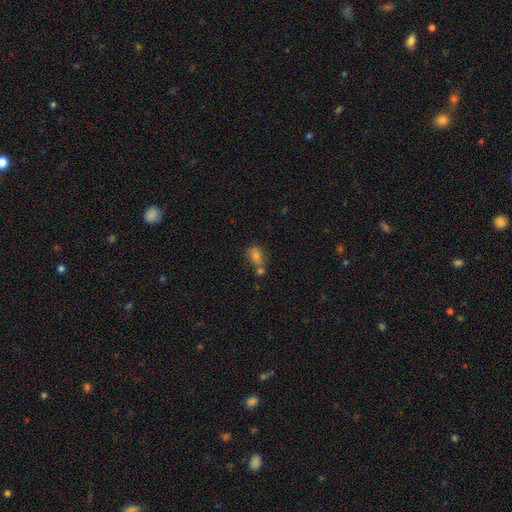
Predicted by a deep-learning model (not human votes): Overall: smooth (70%). How rounded: in between (68%; round 30%). Merging: none (43%; merger 34%).